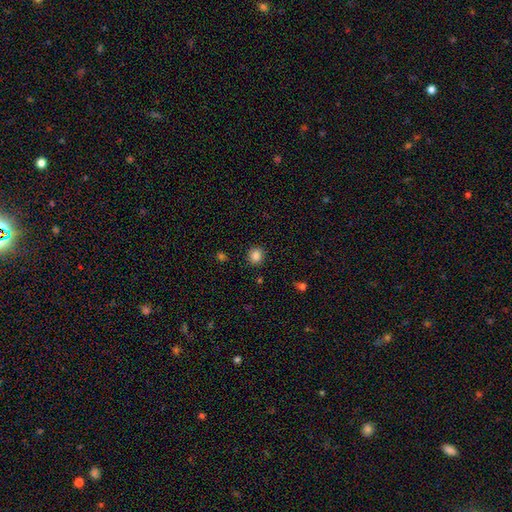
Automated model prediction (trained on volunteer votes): A smooth galaxy with no disk features (86%) that is round (86%).

Vote fractions:
- Smooth or featured? smooth: 86% / star or artifact: 11% / featured or disk: 3%
- How rounded? round: 86% / in between: 13% / cigar-shaped: 1%
- Merging? none: 90% / minor disturbance: 7% / major disturbance: 2% / merger: 2%